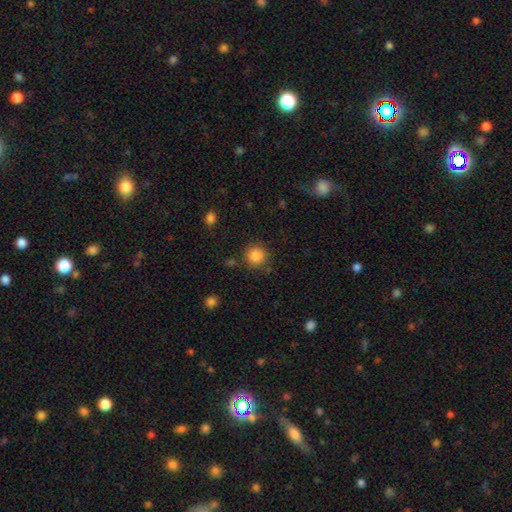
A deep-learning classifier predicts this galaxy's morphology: type=smooth (86%); roundness=round (91%); merging=none (84%).